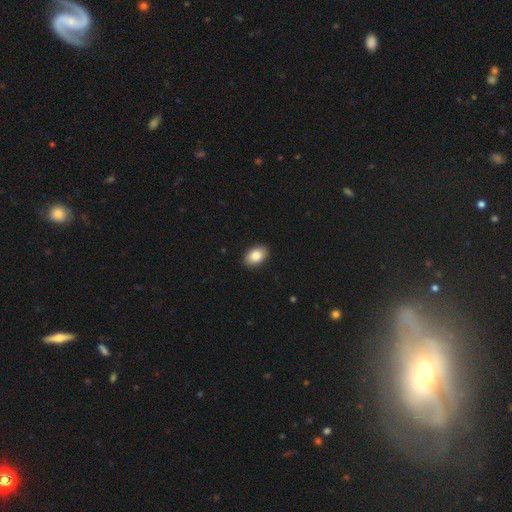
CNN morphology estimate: Overall: smooth (86%). How rounded: in between (92%). Merging: none (90%).